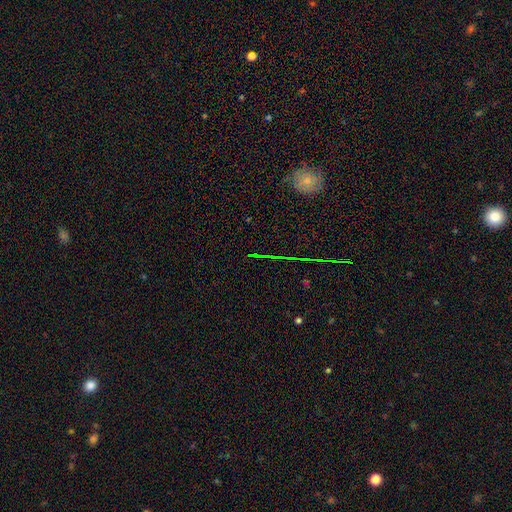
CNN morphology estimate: Smooth or featured? star or artifact (76%)